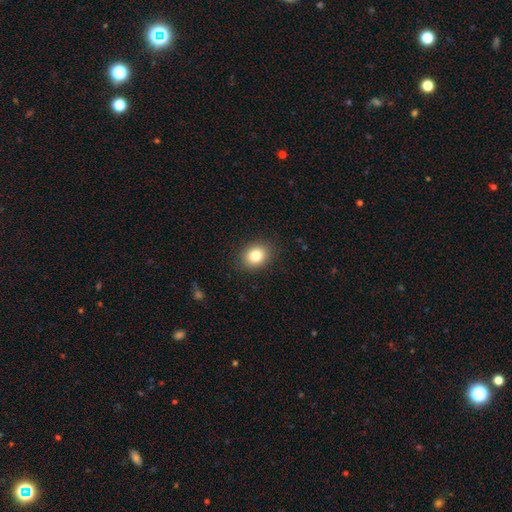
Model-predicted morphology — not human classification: Overall: smooth (82%). How rounded: round (58%; in between 41%). Merging: none (89%).